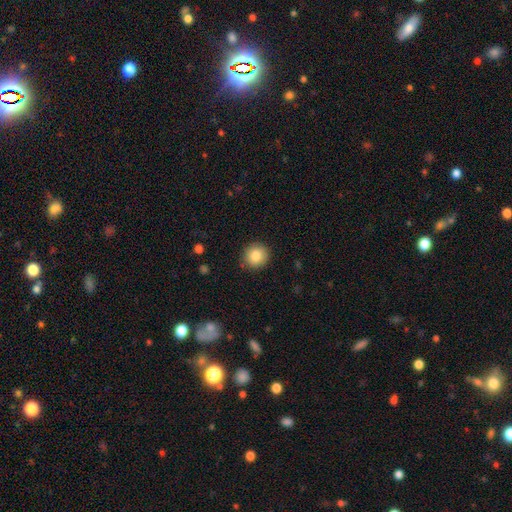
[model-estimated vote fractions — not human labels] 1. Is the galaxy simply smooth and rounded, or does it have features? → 84% smooth, 9% star or artifact, 7% featured or disk.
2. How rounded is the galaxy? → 89% round, 10% in between, 1% cigar-shaped.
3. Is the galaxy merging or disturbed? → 89% none, 8% minor disturbance, 2% major disturbance, 1% merger.